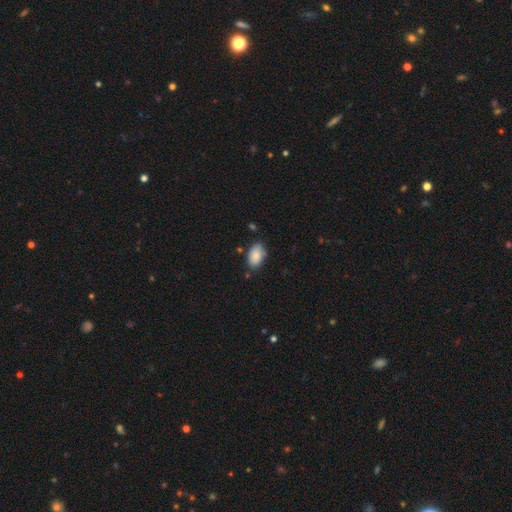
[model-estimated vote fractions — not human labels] Smooth or featured? smooth (85%)
How rounded? in between (93%)
Merging? none (71%)